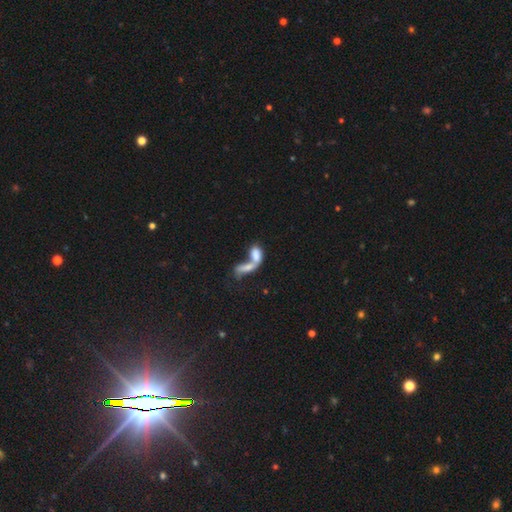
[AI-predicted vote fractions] A smooth galaxy with no disk features (64%) that is in between round and cigar-shaped (77%).

Vote fractions:
- Smooth or featured? smooth: 64% / featured or disk: 26% / star or artifact: 10%
- How rounded? in between: 77% / cigar-shaped: 16% / round: 7%
- Merging? merger: 76% / none: 11% / major disturbance: 9% / minor disturbance: 5%